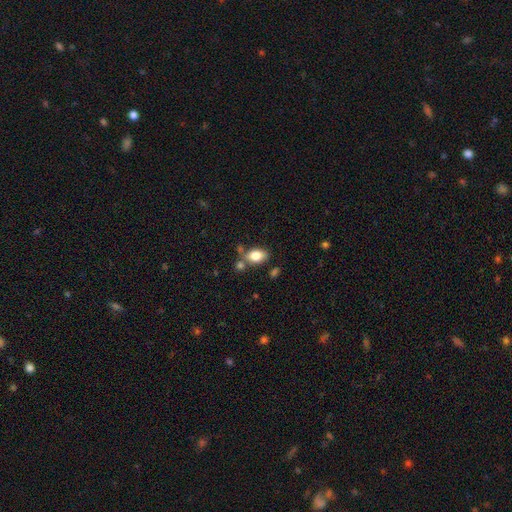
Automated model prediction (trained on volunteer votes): smooth 82%, featured or disk 10%, star or artifact 8%. Down the decision tree: how rounded — in between (88%); merging — none (63%).